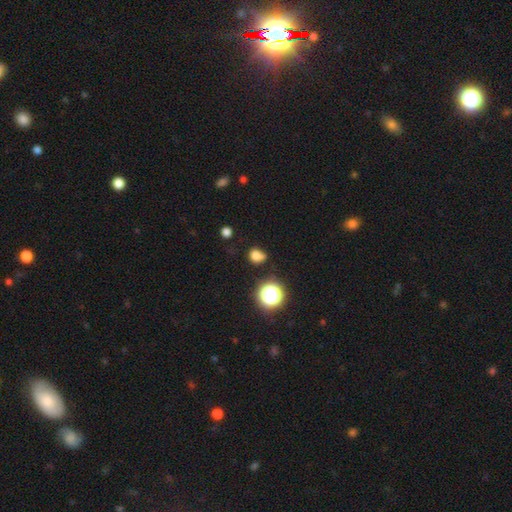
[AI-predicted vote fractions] Smooth or featured?
  - smooth: 75% *
  - star or artifact: 18%
  - featured or disk: 7%
How rounded?
  - round: 62% *
  - in between: 37%
  - cigar-shaped: 1%
Merging?
  - none: 60% *
  - minor disturbance: 24%
  - major disturbance: 8%
  - merger: 8%